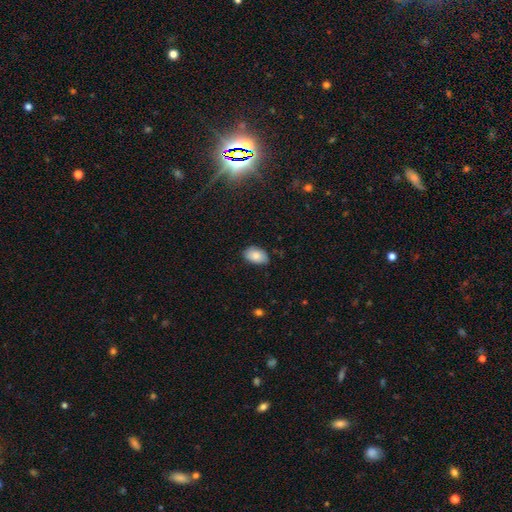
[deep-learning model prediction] This is clearly a smooth galaxy (84%). How rounded: clearly in between (89%). Merging: likely none (77%).